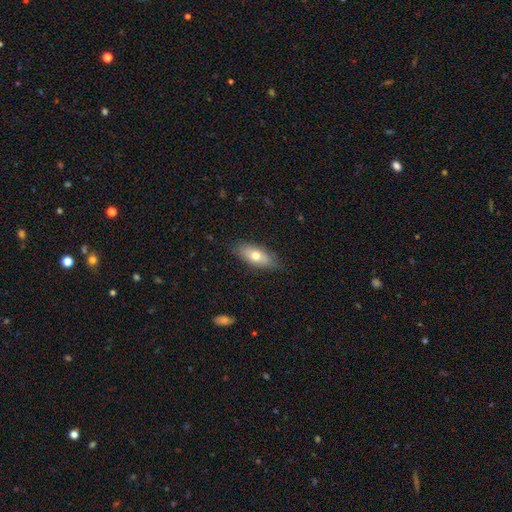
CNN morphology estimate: smooth_or_featured: smooth (p=0.66) [alt: featured or disk p=0.27]
how_rounded: in between (p=0.78) [alt: cigar-shaped p=0.18]
merging: none (p=0.82) [alt: minor disturbance p=0.14]